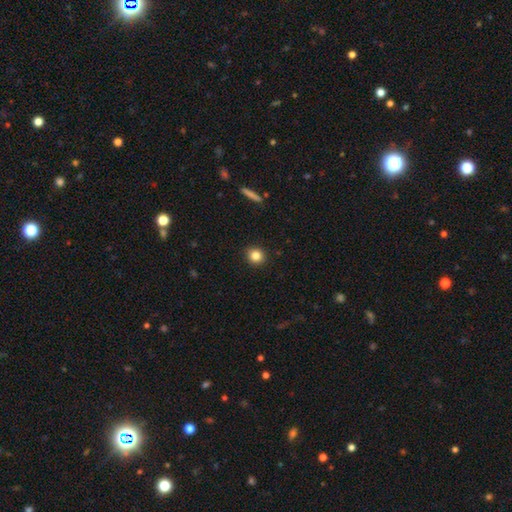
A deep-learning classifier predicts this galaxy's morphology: A smooth galaxy with no disk features (83%) that is round (89%). Merging: none (92%).